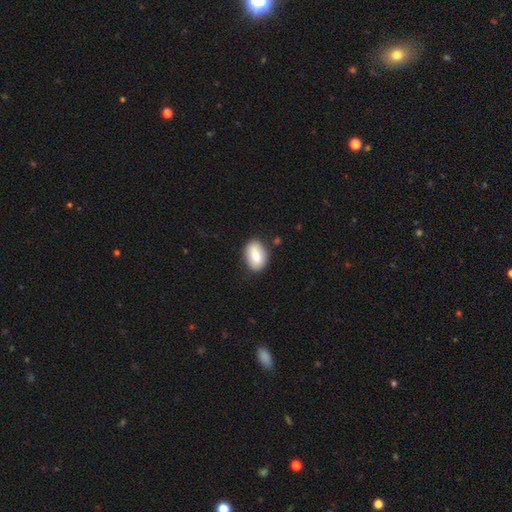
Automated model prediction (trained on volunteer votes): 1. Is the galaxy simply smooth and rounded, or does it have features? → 76% smooth, 17% featured or disk, 7% star or artifact.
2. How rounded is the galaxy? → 84% in between, 15% round, 1% cigar-shaped.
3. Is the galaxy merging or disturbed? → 82% none, 13% minor disturbance, 3% major disturbance, 2% merger.